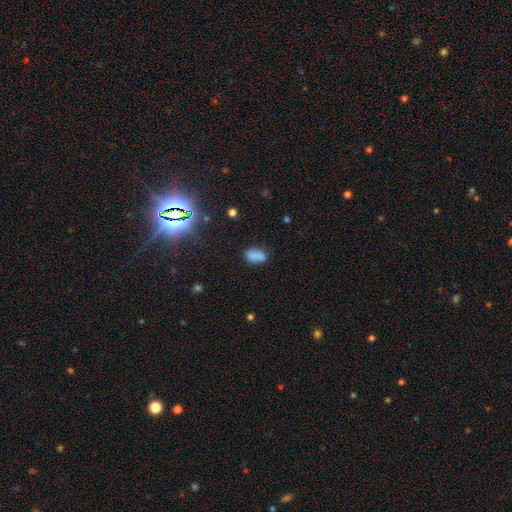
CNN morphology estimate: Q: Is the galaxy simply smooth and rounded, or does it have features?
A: smooth — 80%.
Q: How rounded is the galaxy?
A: in between — 88%.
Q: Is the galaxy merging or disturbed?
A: none — 70%.